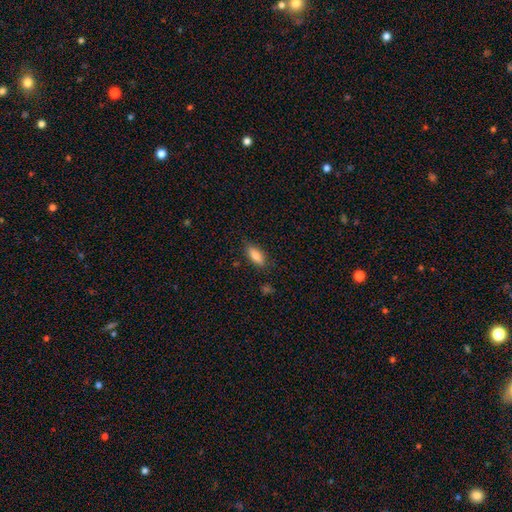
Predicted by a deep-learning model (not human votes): Smooth or featured? Predicted: smooth (p=0.80). How rounded? Predicted: in between (p=0.74). Merging? Predicted: none (p=0.82).